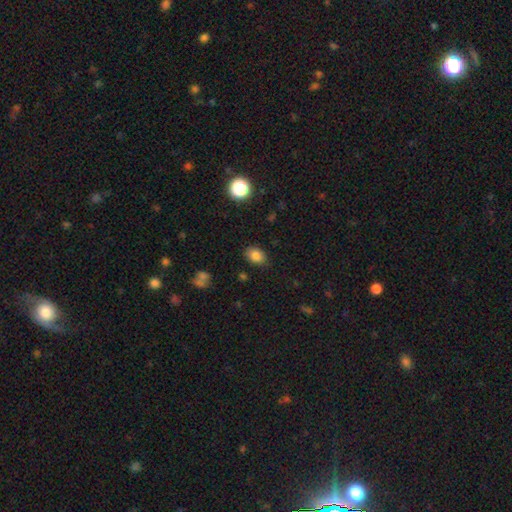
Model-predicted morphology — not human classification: This appears to be a smooth galaxy with no disk features (83%) that is in between round and cigar-shaped (75%). Merging: none (84%).